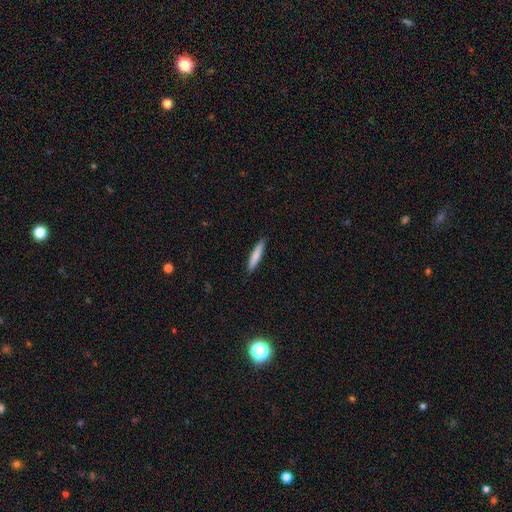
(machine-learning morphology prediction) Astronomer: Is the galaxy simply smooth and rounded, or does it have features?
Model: smooth — 81%.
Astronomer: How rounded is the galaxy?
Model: cigar-shaped — 90%.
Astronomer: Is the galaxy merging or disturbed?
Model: none — 89%.